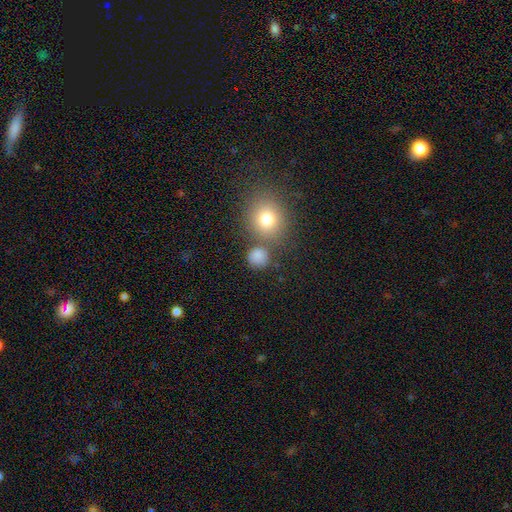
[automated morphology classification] A smooth galaxy with no disk features (82%) that is round (87%).

Vote fractions:
- Smooth or featured? smooth: 82% / star or artifact: 12% / featured or disk: 6%
- How rounded? round: 87% / in between: 12% / cigar-shaped: 1%
- Merging? none: 74% / merger: 12% / minor disturbance: 10% / major disturbance: 4%